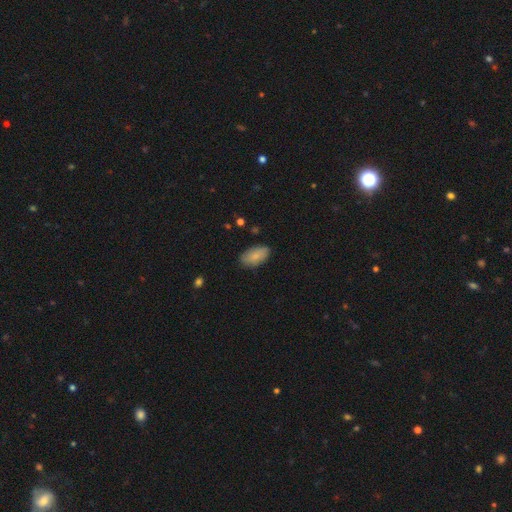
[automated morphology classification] Smooth or featured? Predicted: smooth (p=0.84). How rounded? Predicted: in between (p=0.93). Merging? Predicted: none (p=0.81).